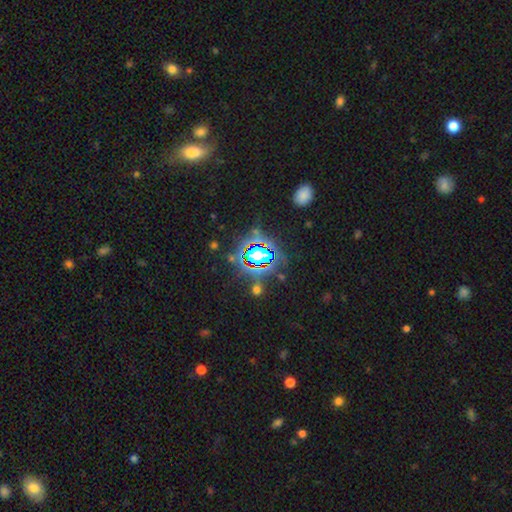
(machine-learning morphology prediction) A star or artifact, not a galaxy (72%).

Vote fractions:
- Smooth or featured? star or artifact: 72% / smooth: 15% / featured or disk: 12%